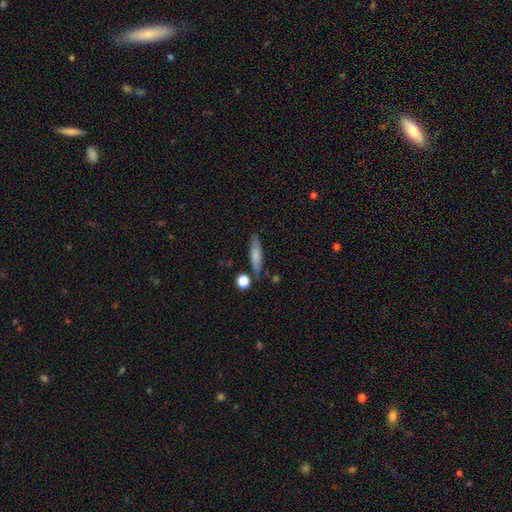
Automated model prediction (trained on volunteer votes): smooth_or_featured: smooth (p=0.73) [alt: featured or disk p=0.19]
how_rounded: cigar-shaped (p=0.75) [alt: in between p=0.22]
merging: none (p=0.77) [alt: minor disturbance p=0.14]